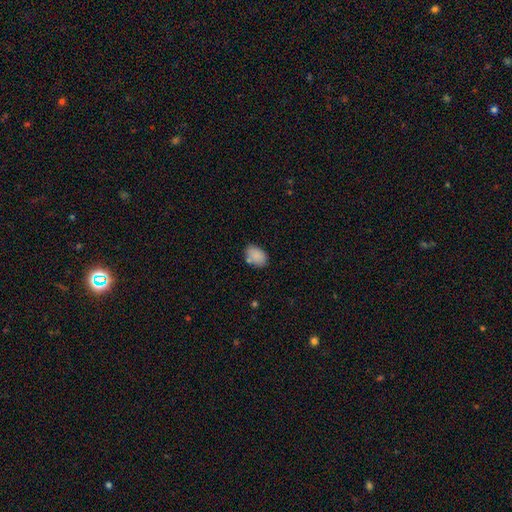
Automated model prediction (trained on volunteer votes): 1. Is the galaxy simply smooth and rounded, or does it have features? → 85% smooth, 8% star or artifact, 7% featured or disk.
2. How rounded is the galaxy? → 81% in between, 18% round, 1% cigar-shaped.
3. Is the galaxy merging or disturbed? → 67% none, 19% minor disturbance, 9% merger, 5% major disturbance.